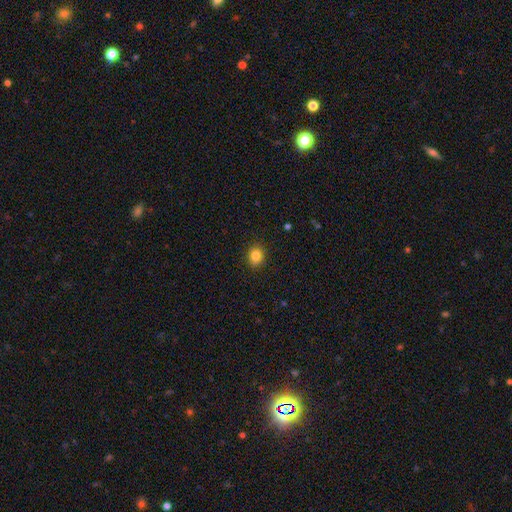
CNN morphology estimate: A smooth galaxy with no disk features (84%) that is round (67%). Merging: none (90%).